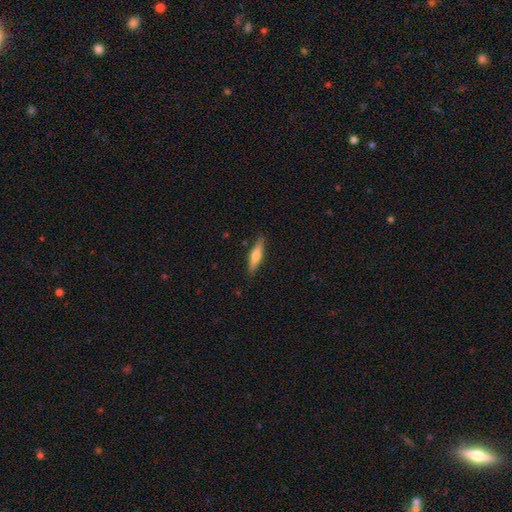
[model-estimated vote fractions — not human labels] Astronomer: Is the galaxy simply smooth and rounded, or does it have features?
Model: smooth — 58% (runner-up: featured or disk, 37%).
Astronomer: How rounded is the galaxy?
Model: cigar-shaped — 74%.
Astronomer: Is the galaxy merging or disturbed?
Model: none — 87%.